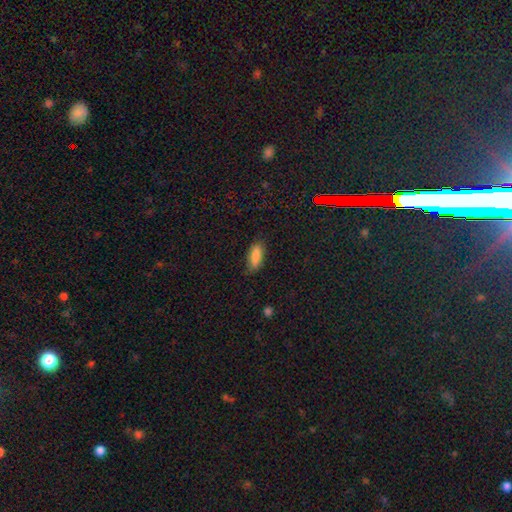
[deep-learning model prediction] A smooth galaxy with no disk features (86%) that is in between round and cigar-shaped (71%). Merging: none (80%).